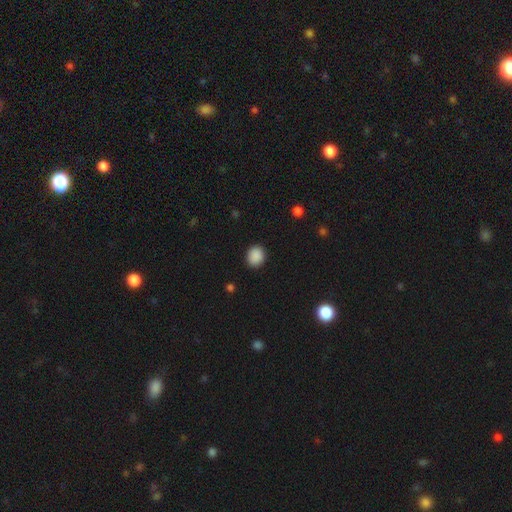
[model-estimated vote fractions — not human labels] Smooth or featured: smooth — 89% (star or artifact — 9%)
How rounded: round — 73% (in between — 27%)
Merging: none — 90% (minor disturbance — 7%)